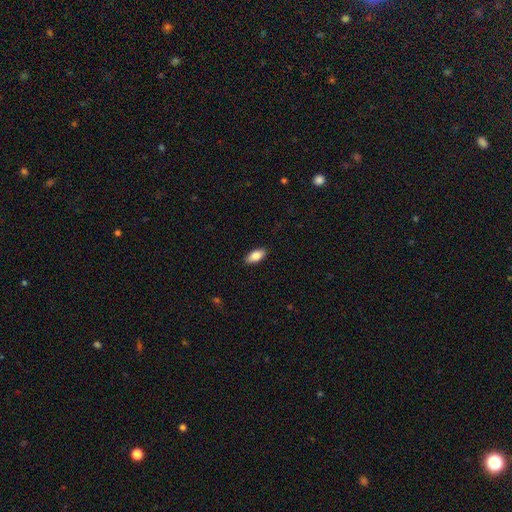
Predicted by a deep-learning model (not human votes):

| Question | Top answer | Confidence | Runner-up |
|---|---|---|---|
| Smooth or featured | smooth | 83% | featured or disk (10%) |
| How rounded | in between | 87% | cigar-shaped (10%) |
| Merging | none | 90% | minor disturbance (8%) |